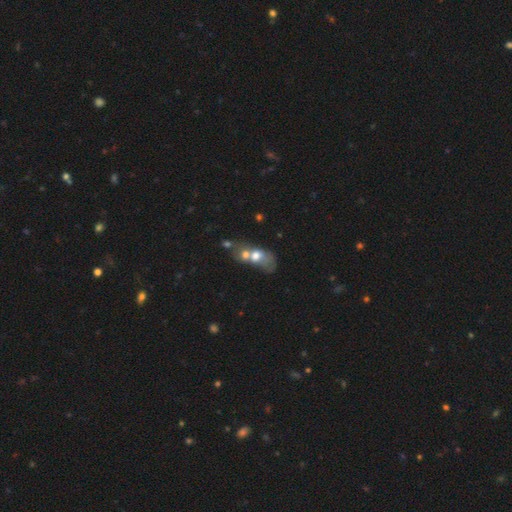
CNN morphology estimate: This appears to be a smooth galaxy with no disk features (55%) that is in between round and cigar-shaped (66%). Merging: merger (71%).